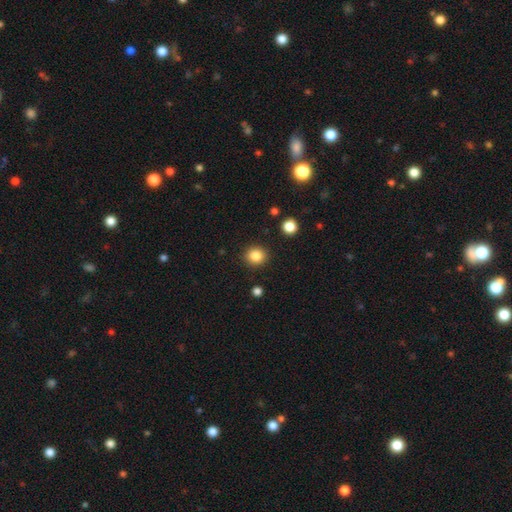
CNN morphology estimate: type=smooth (84%); roundness=round (86%); merging=none (90%).